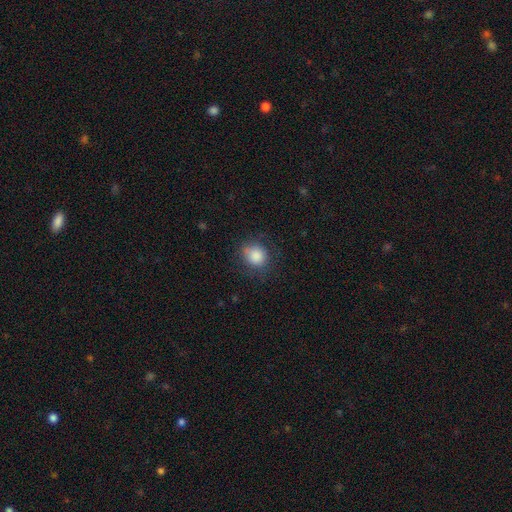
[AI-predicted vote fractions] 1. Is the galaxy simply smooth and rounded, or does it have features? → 86% smooth, 9% star or artifact, 5% featured or disk.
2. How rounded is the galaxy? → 76% round, 23% in between, 1% cigar-shaped.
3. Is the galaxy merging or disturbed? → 75% none, 17% minor disturbance, 6% major disturbance, 1% merger.